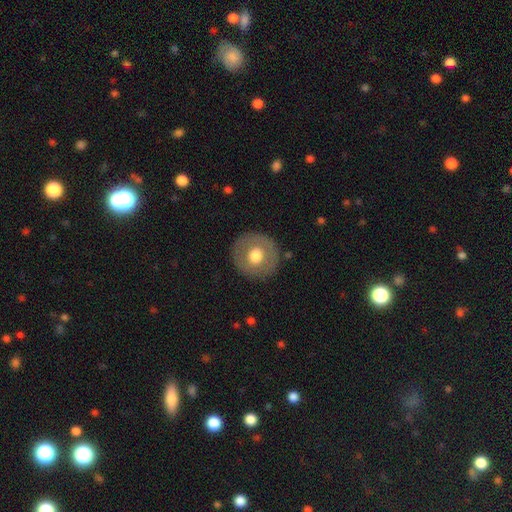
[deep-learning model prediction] smooth 61%, featured or disk 33%, star or artifact 6%. Down the decision tree: how rounded — round (94%); merging — none (88%).